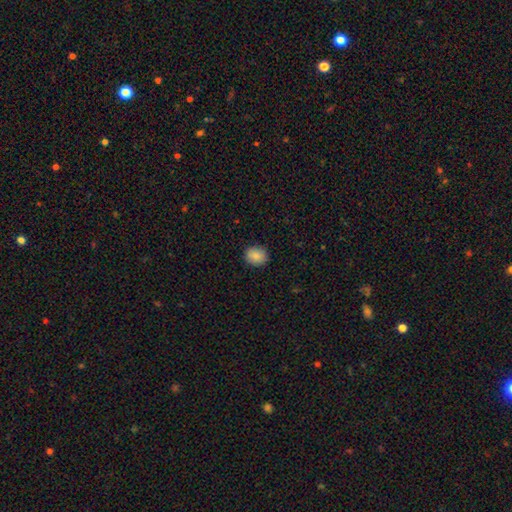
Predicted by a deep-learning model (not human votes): Morphology: type=smooth (88%); roundness=round (66%); merging=none (89%).